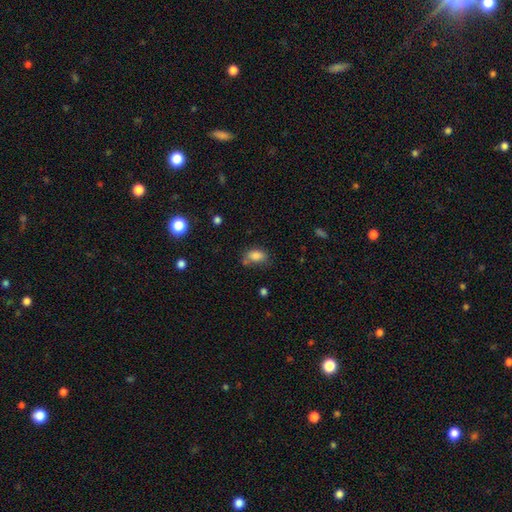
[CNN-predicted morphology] smooth 83%, star or artifact 10%, featured or disk 7%. Down the decision tree: how rounded — in between (87%); merging — none (56%).